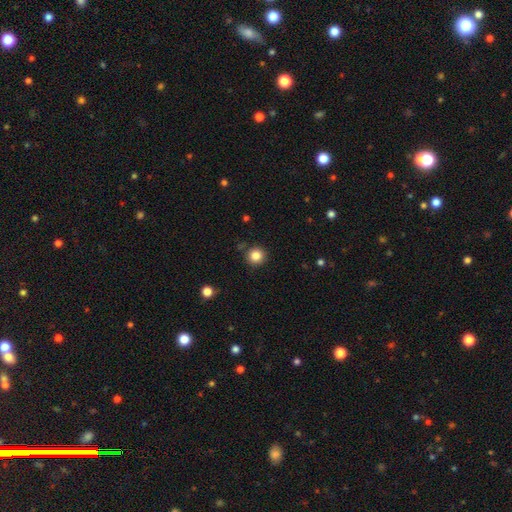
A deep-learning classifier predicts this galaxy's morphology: smooth 84%, star or artifact 11%, featured or disk 5%. Down the decision tree: how rounded — round (94%); merging — none (89%).